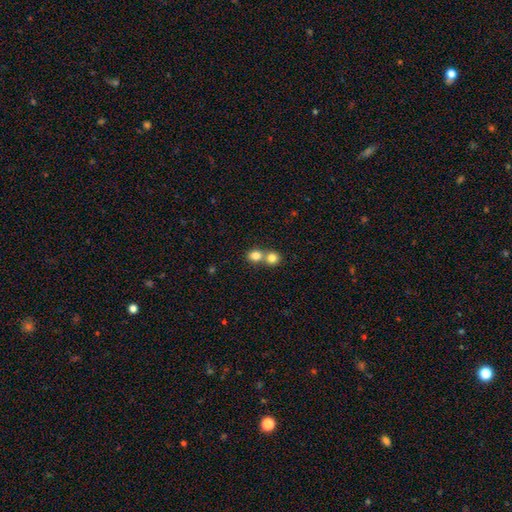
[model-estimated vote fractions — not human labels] Smooth or featured?
  - smooth: 82% *
  - star or artifact: 11%
  - featured or disk: 8%
How rounded?
  - round: 79% *
  - in between: 20%
  - cigar-shaped: 1%
Merging?
  - merger: 52% *
  - none: 41%
  - minor disturbance: 5%
  - major disturbance: 2%